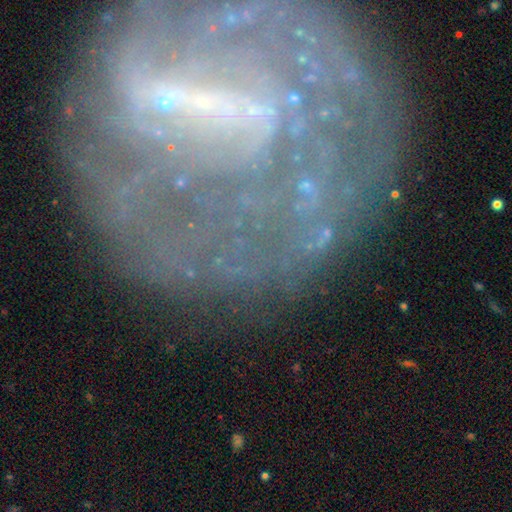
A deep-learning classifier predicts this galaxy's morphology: Smooth or featured?
  - featured or disk: 61% *
  - star or artifact: 24%
  - smooth: 15%
Edge-on disk?
  - no: 91% *
  - yes: 9%
Bar?
  - no: 41% *
  - strong: 30%
  - weak: 29%
Spiral arms?
  - yes: 72% *
  - no: 28%
Bulge size?
  - small: 51% *
  - moderate: 22%
  - none: 18%
  - large: 5%
  - dominant: 3%
Merging?
  - none: 66% *
  - minor disturbance: 16%
  - major disturbance: 13%
  - merger: 5%